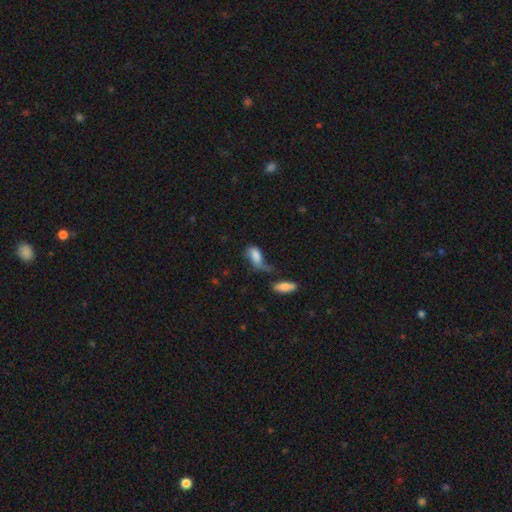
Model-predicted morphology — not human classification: This appears to be a smooth galaxy with no disk features (73%) that is in between round and cigar-shaped (88%). Merging: major disturbance (32%).